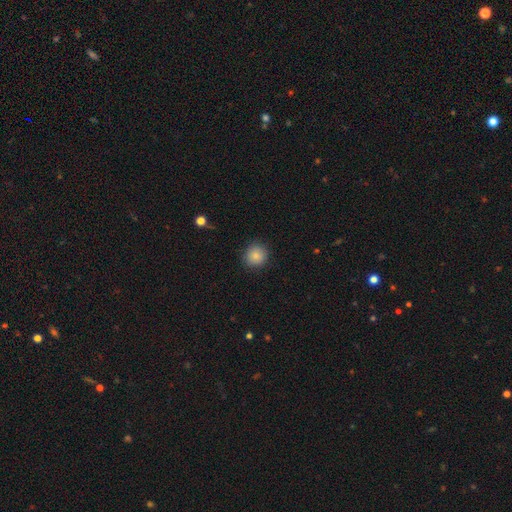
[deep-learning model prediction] A smooth galaxy with no disk features (84%) that is round (90%). Merging: none (88%).